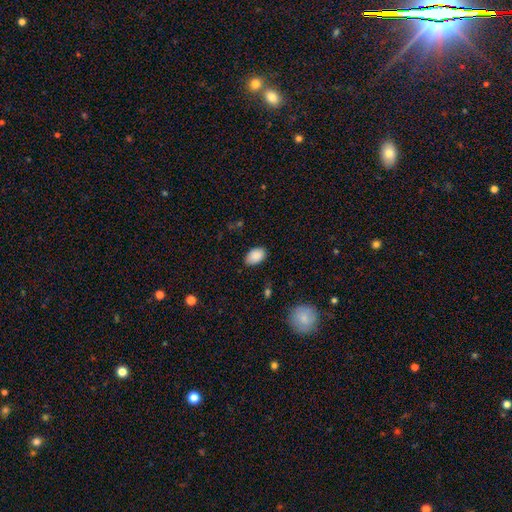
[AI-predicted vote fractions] Q: Smooth or featured?
A: smooth (89%); runner-up: star or artifact (7%)
Q: How rounded?
A: in between (90%); runner-up: round (9%)
Q: Merging?
A: none (85%); runner-up: minor disturbance (11%)